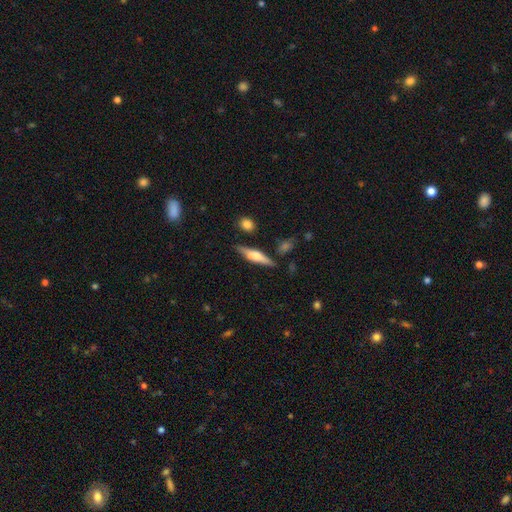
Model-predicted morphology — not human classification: Q: Smooth or featured?
A: featured or disk (53%); runner-up: smooth (41%)
Q: Edge-on disk?
A: yes (94%); runner-up: no (6%)
Q: Merging?
A: none (82%); runner-up: minor disturbance (12%)